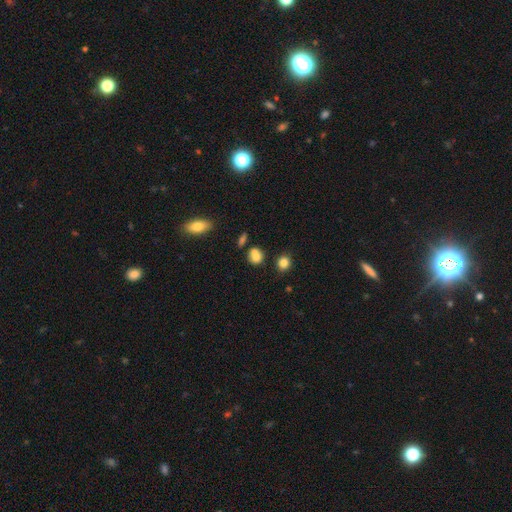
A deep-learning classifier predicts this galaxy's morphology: This is likely a smooth galaxy (80%). How rounded: likely round (63%). Merging: possibly none (58%).